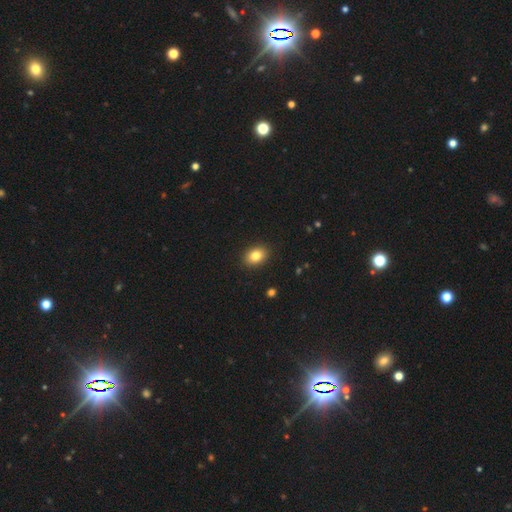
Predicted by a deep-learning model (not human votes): Q: Smooth or featured?
A: smooth (83%); runner-up: star or artifact (9%)
Q: How rounded?
A: in between (70%); runner-up: round (29%)
Q: Merging?
A: none (90%); runner-up: minor disturbance (7%)